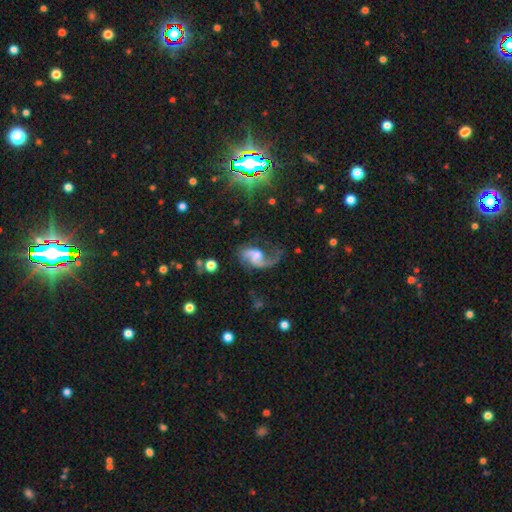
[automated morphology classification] Smooth or featured: featured or disk — 85% (smooth — 8%)
Edge-on disk: no — 98% (yes — 2%)
Bar: no — 45% (weak — 44%)
Spiral arms: yes — 95% (no — 5%)
Spiral winding: loose — 60% (medium — 34%)
Spiral arm count: 2 — 79% (1 — 14%)
Bulge size: moderate — 38% (small — 32%)
Merging: none — 49% (major disturbance — 27%)